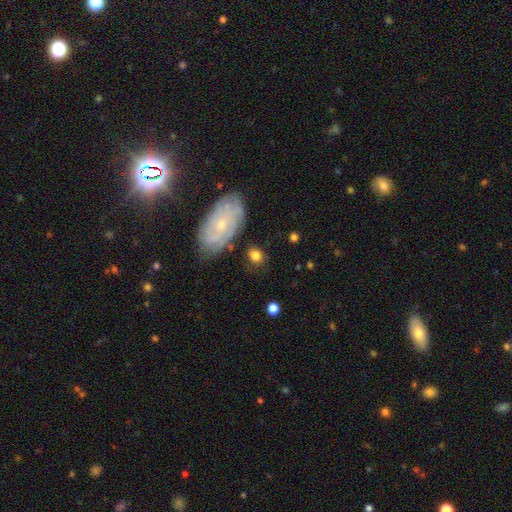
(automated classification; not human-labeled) Smooth or featured: smooth — 72% (featured or disk — 19%)
How rounded: round — 57% (in between — 41%)
Merging: none — 73% (minor disturbance — 15%)